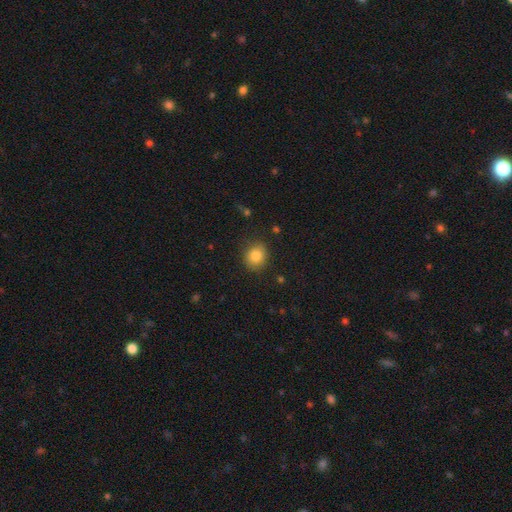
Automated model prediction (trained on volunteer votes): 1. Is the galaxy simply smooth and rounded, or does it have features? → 84% smooth, 10% star or artifact, 6% featured or disk.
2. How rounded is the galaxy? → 76% round, 23% in between, 1% cigar-shaped.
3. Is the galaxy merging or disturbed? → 85% none, 11% minor disturbance, 3% major disturbance, 1% merger.